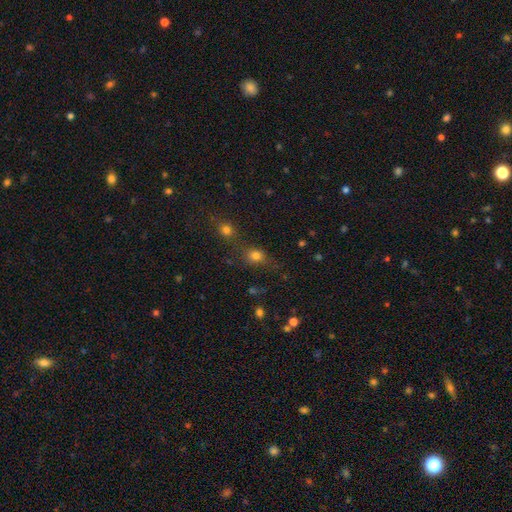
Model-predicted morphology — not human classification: Smooth or featured? smooth (76%)
How rounded? round (67%)
Merging? none (58%)